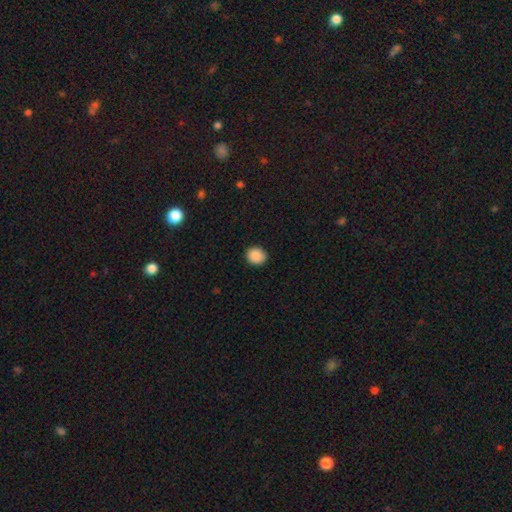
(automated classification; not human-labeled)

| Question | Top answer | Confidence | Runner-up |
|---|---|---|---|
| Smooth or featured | smooth | 89% | star or artifact (8%) |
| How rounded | round | 77% | in between (22%) |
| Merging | none | 89% | minor disturbance (8%) |